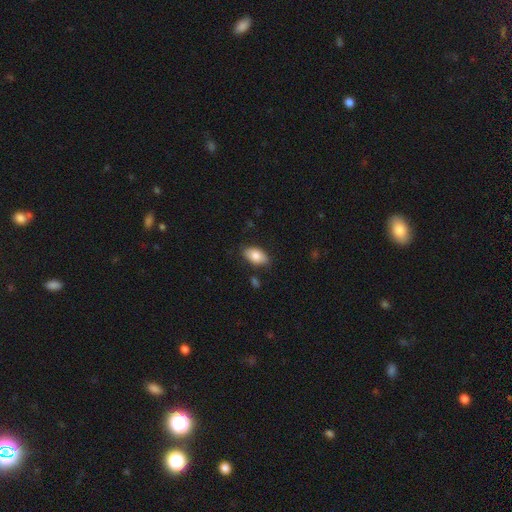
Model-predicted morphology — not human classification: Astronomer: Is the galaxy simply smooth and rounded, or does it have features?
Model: smooth — 82%.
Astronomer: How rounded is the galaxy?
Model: in between — 93%.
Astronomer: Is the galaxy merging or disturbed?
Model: none — 83%.